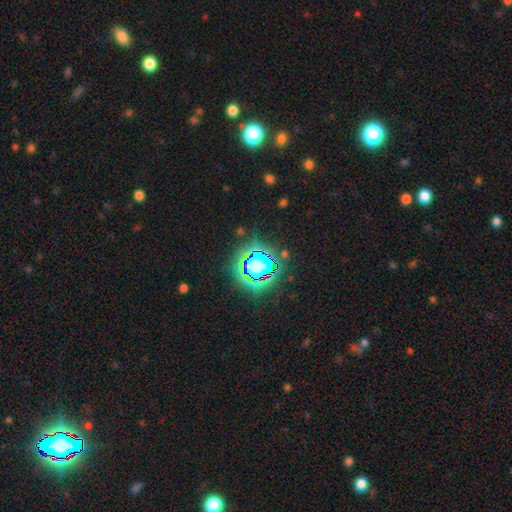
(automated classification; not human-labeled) This appears to be a star or artifact, not a galaxy (74%).